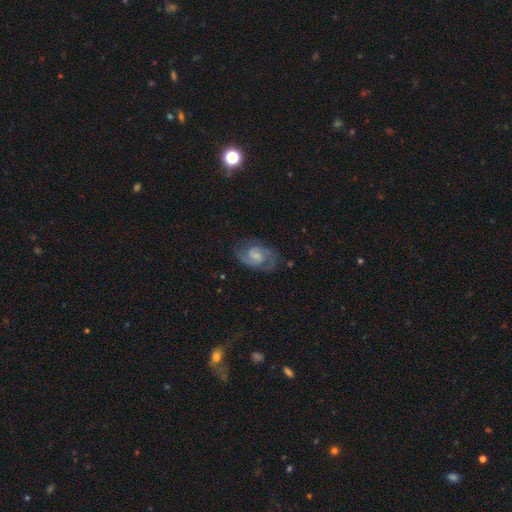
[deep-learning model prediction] Morphology: type=featured or disk (83%); edge-on=no (97%); bar=weak (53%); spiral arms=yes (96%); winding=medium (56%); arm count=2 (88%); bulge=small (44%); merging=none (75%).